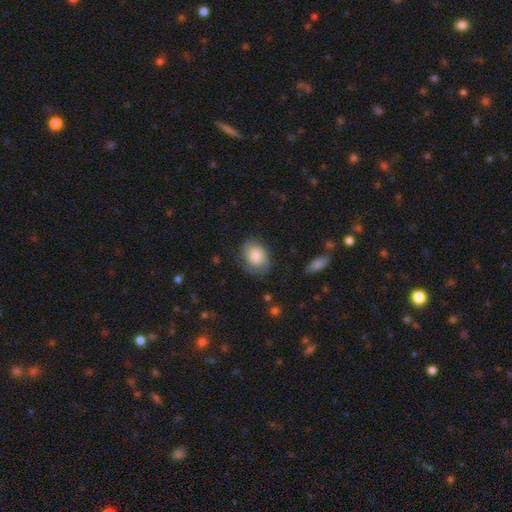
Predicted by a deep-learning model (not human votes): Smooth or featured? Predicted: featured or disk (p=0.50). Merging? Predicted: none (p=0.67).